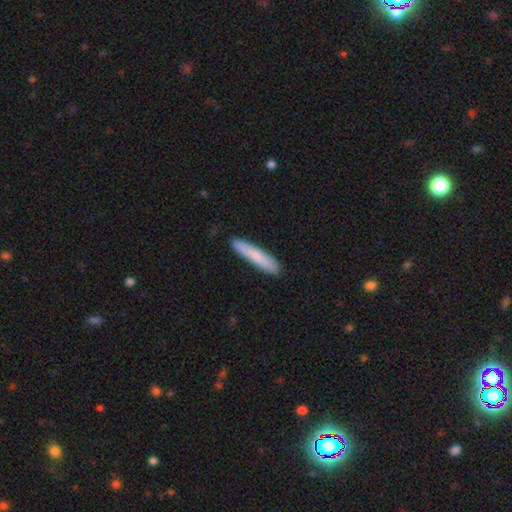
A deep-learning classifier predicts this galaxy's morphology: This appears to be a smooth galaxy with no disk features (78%) that is cigar-shaped (90%). Merging: none (87%).